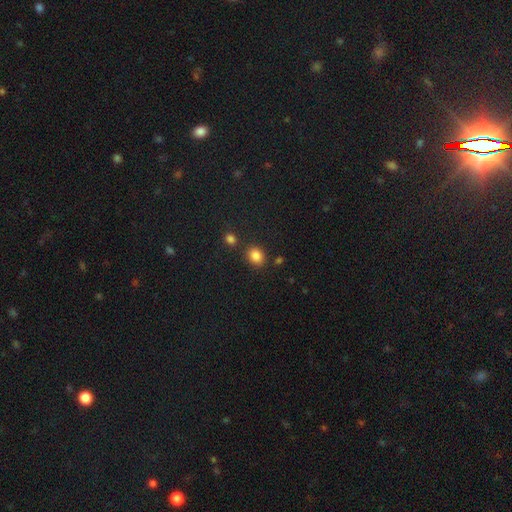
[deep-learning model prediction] A smooth galaxy with no disk features (85%) that is round (57%).

Vote fractions:
- Smooth or featured? smooth: 85% / star or artifact: 11% / featured or disk: 4%
- How rounded? round: 57% / in between: 42% / cigar-shaped: 1%
- Merging? none: 79% / minor disturbance: 10% / merger: 8% / major disturbance: 3%